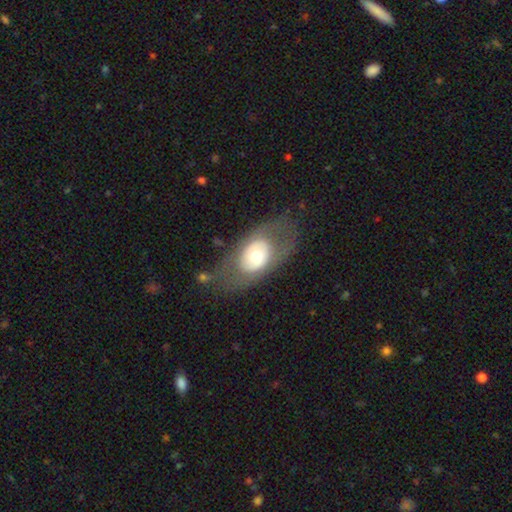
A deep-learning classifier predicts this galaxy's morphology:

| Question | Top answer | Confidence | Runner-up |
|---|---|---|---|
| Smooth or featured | featured or disk | 50% | smooth (43%) |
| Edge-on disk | no | 88% | yes (12%) |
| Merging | none | 68% | minor disturbance (16%) |